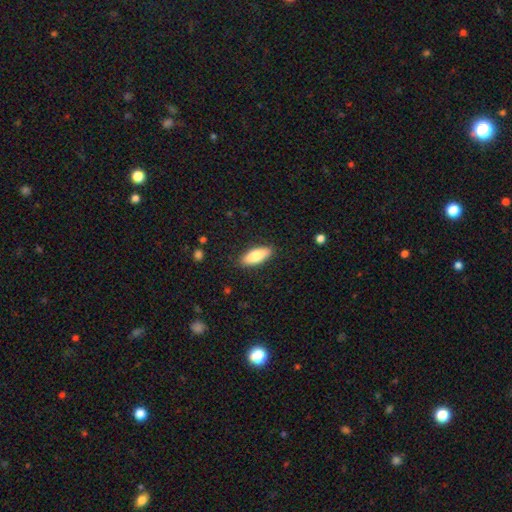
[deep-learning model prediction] Morphology: type=smooth (74%); roundness=in between (67%); merging=none (88%).